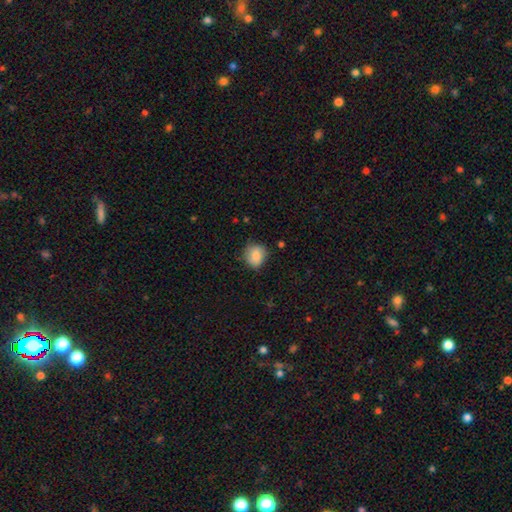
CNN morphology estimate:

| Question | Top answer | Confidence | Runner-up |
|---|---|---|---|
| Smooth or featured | smooth | 83% | featured or disk (9%) |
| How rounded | round | 71% | in between (28%) |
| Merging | none | 74% | minor disturbance (20%) |